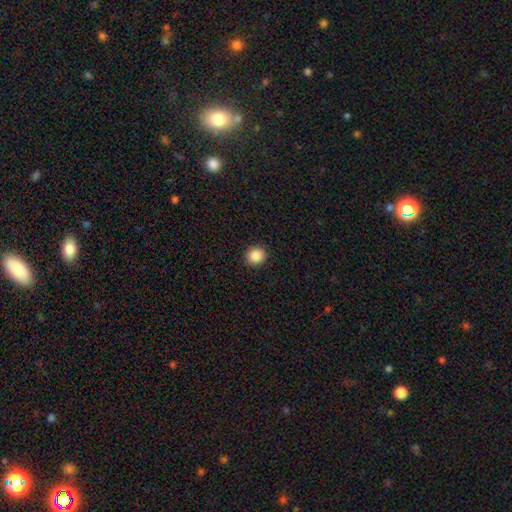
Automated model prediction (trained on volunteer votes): smooth-or-featured: smooth: 88% | star or artifact: 9% | featured or disk: 3%
  how-rounded: round: 90% | in between: 9% | cigar-shaped: 1%
  merging: none: 92% | minor disturbance: 5% | major disturbance: 2% | merger: 1%